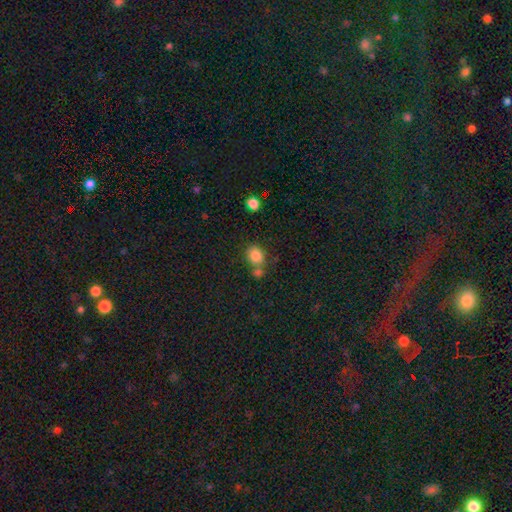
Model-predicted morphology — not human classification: The model was most divided on "how rounded": round: 56%, in between: 43%, cigar-shaped: 1%. More confident: smooth or featured — smooth (83%); merging — none (57%).